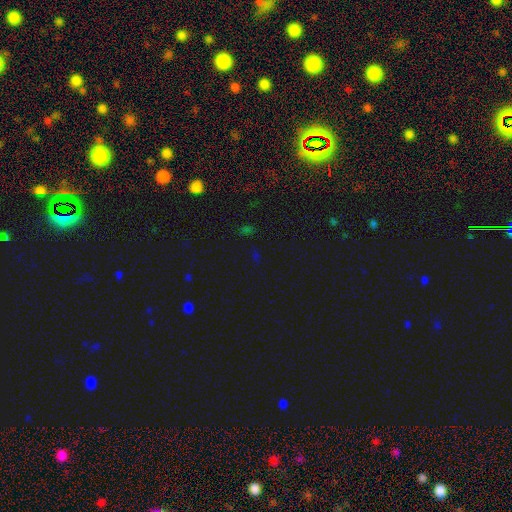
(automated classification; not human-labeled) This appears to be a star or artifact, not a galaxy (67%).